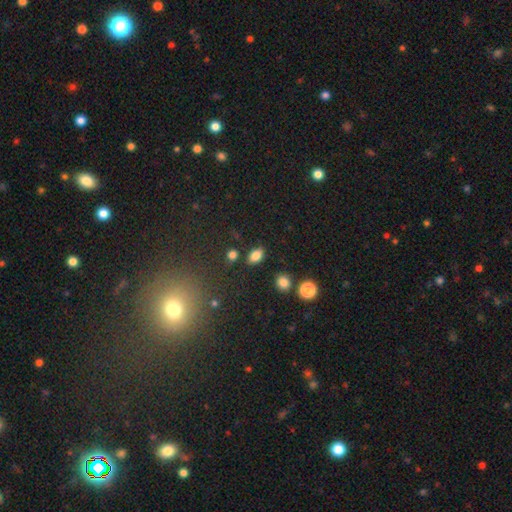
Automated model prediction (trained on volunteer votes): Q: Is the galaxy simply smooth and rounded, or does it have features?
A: smooth — 83%.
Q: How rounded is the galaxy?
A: in between — 85%.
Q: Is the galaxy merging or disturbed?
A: none — 82%.